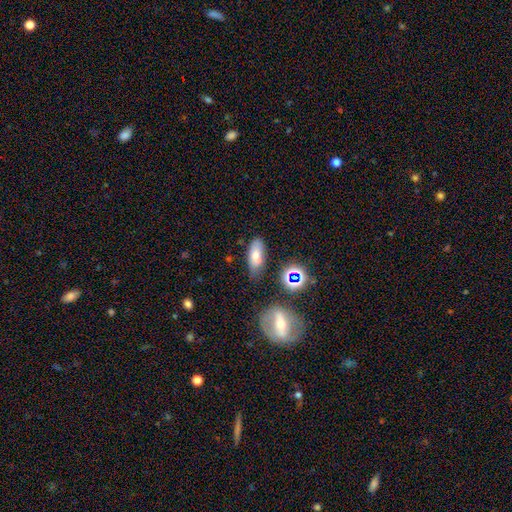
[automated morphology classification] The model was most divided on "smooth or featured": smooth: 63%, featured or disk: 22%, star or artifact: 15%. More confident: how rounded — in between (78%); merging — none (71%).